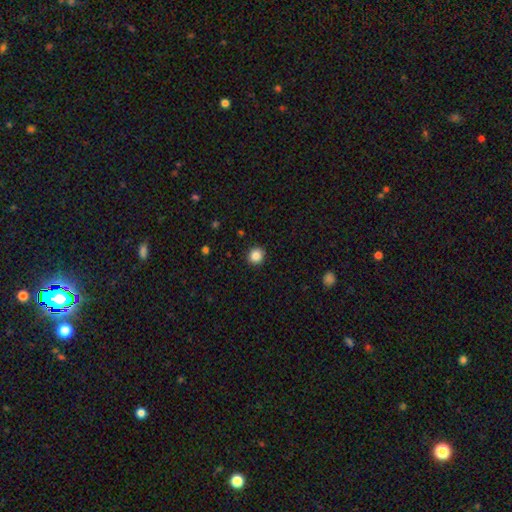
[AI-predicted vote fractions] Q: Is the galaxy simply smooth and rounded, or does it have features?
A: smooth — 86%.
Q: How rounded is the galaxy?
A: round — 92%.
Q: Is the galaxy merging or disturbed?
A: none — 92%.